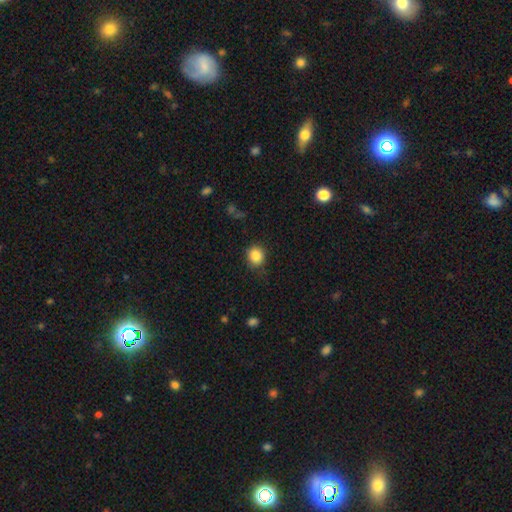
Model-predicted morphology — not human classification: A smooth galaxy with no disk features (86%) that is round (77%).

Vote fractions:
- Smooth or featured? smooth: 86% / star or artifact: 10% / featured or disk: 4%
- How rounded? round: 77% / in between: 23% / cigar-shaped: 1%
- Merging? none: 79% / minor disturbance: 15% / major disturbance: 4% / merger: 1%